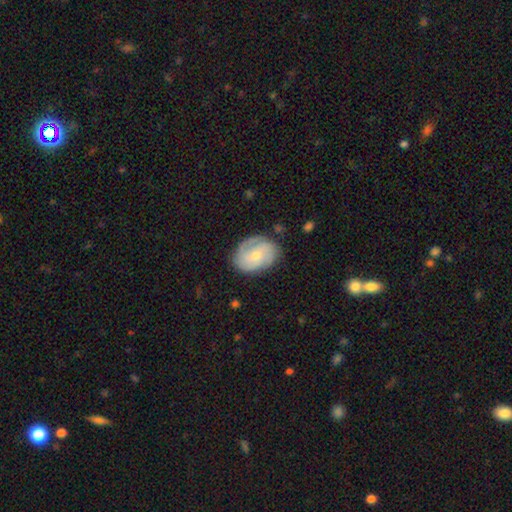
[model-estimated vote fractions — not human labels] smooth-or-featured: featured or disk: 71% | smooth: 23% | star or artifact: 6%
  disk-edge-on: no: 97% | yes: 3%
    bar: no: 67% | weak: 28% | strong: 5%
    has-spiral-arms: yes: 91% | no: 9%
      spiral-winding: tight: 54% | medium: 35% | loose: 11%
      spiral-arm-count: 2: 35% | can't tell: 25% | 3: 25% | 1: 6% | 4: 5% | more than 4: 4%
    bulge-size: small: 50% | moderate: 46% | large: 2% | none: 1% | dominant: 1%
  merging: none: 75% | minor disturbance: 18% | major disturbance: 6% | merger: 1%